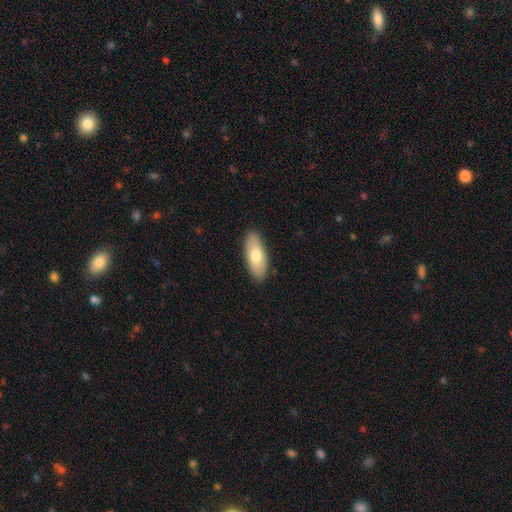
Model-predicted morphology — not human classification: type=smooth (73%); roundness=in between (81%); merging=none (89%).